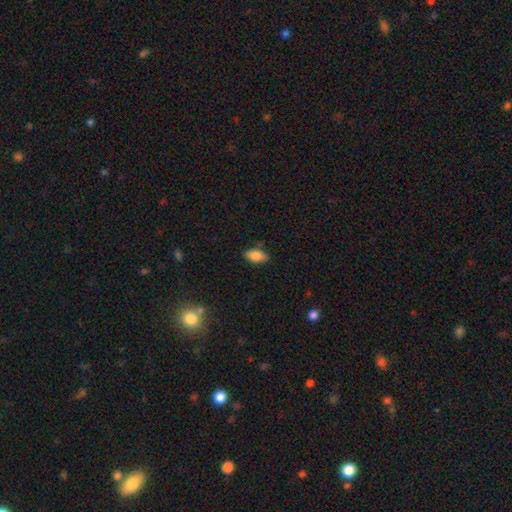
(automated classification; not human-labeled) Smooth or featured? smooth (83%)
How rounded? in between (90%)
Merging? none (82%)